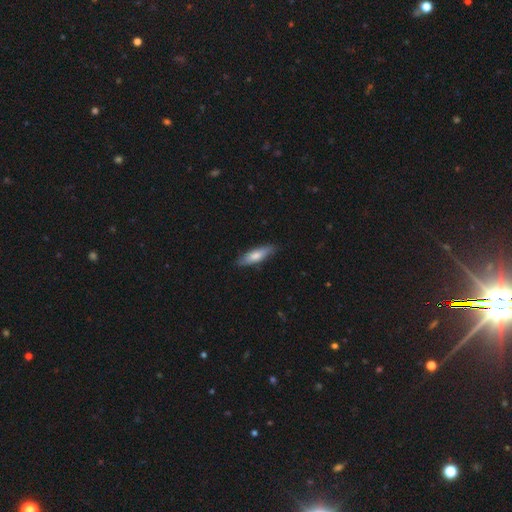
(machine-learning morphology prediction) smooth_or_featured: smooth (p=0.69) [alt: featured or disk p=0.26]
how_rounded: cigar-shaped (p=0.57) [alt: in between p=0.41]
merging: none (p=0.82) [alt: minor disturbance p=0.14]